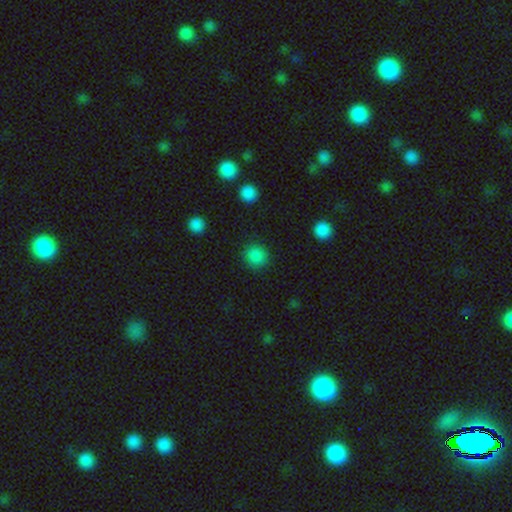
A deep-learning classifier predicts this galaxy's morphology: smooth_or_featured: smooth (p=0.86) [alt: star or artifact p=0.11]
how_rounded: round (p=0.91) [alt: in between p=0.08]
merging: none (p=0.89) [alt: minor disturbance p=0.07]